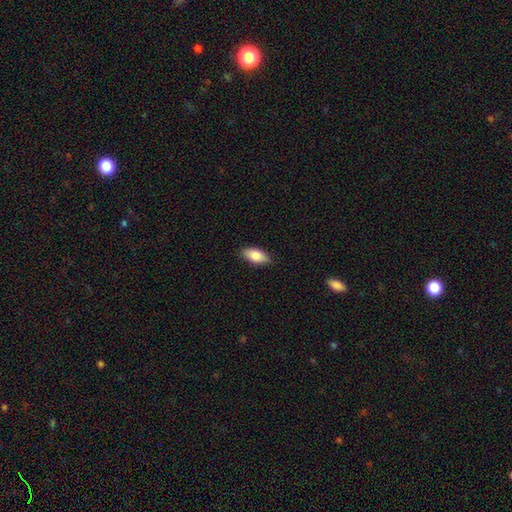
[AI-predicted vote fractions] smooth 82%, featured or disk 12%, star or artifact 7%. Down the decision tree: how rounded — in between (88%); merging — none (86%).